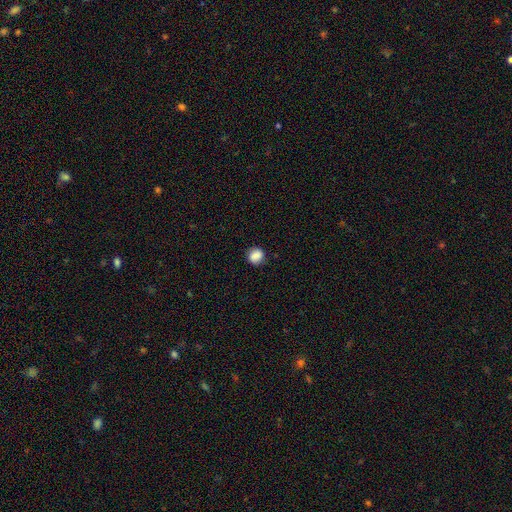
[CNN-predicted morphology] The model was most divided on "how rounded": round: 80%, in between: 19%, cigar-shaped: 1%. More confident: smooth or featured — smooth (83%); merging — none (83%).